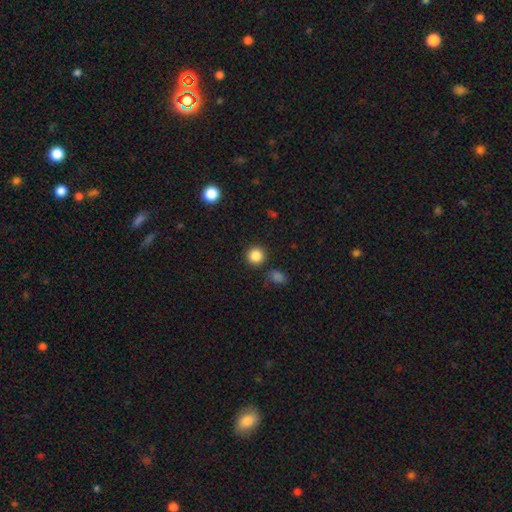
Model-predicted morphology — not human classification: smooth 86%, star or artifact 11%, featured or disk 4%. Down the decision tree: how rounded — round (94%); merging — none (87%).